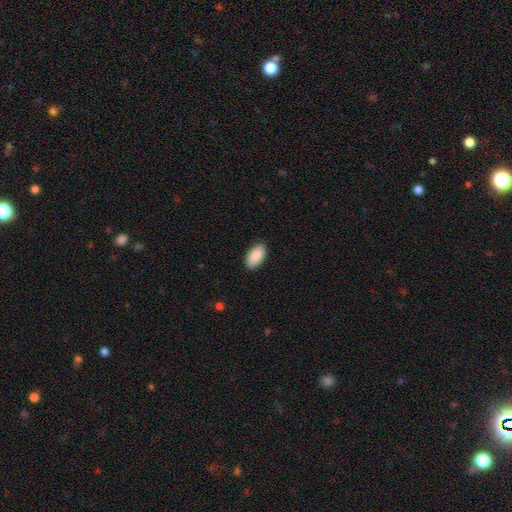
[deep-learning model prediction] A smooth galaxy with no disk features (89%) that is in between round and cigar-shaped (95%). Merging: none (89%).